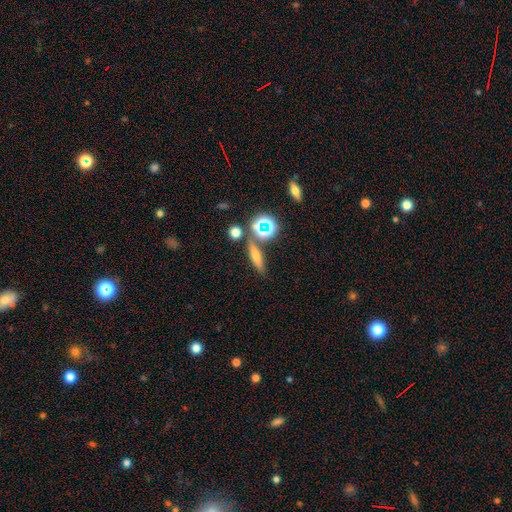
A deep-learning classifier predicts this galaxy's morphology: This is possibly a smooth galaxy (60%). How rounded: likely cigar-shaped (62%). Merging: likely none (73%).